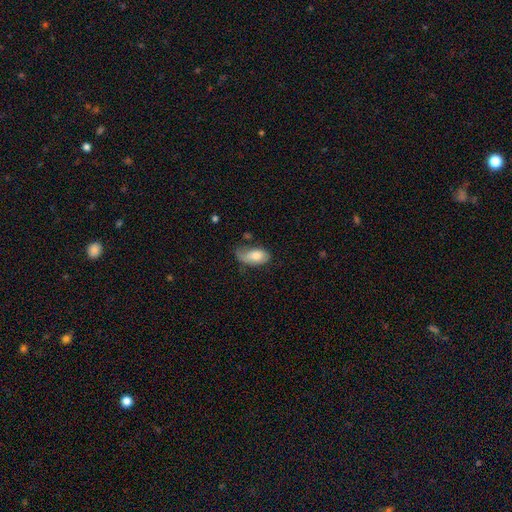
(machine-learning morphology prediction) Smooth or featured: smooth — 74% (featured or disk — 20%)
How rounded: in between — 93% (round — 4%)
Merging: minor disturbance — 39% (none — 35%)